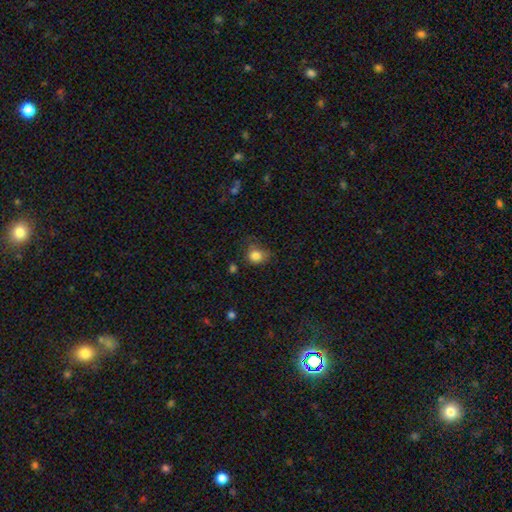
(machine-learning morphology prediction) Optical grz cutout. It shows a smooth galaxy with no disk features (81%) that is round (63%). Merging: none (51%).